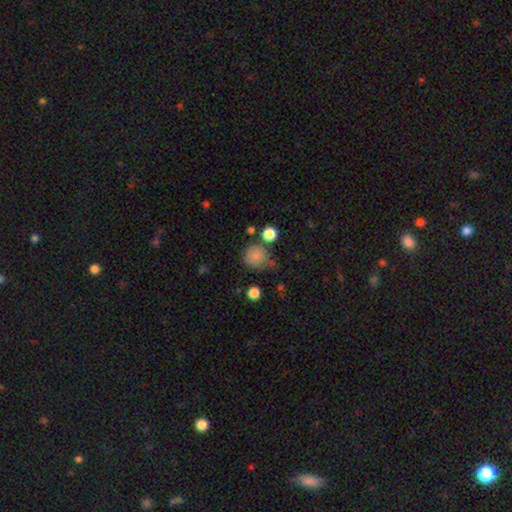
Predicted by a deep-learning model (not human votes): A smooth galaxy with no disk features (82%) that is round (89%).

Vote fractions:
- Smooth or featured? smooth: 82% / star or artifact: 11% / featured or disk: 7%
- How rounded? round: 89% / in between: 10% / cigar-shaped: 1%
- Merging? none: 63% / minor disturbance: 20% / merger: 9% / major disturbance: 8%